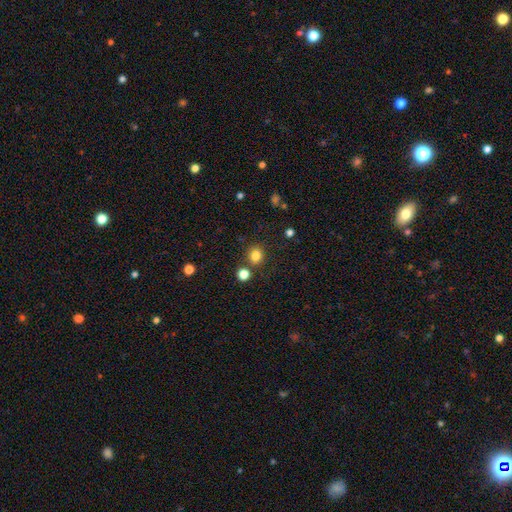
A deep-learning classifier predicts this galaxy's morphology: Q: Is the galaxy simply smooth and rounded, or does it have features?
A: smooth — 82%.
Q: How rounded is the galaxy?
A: round — 81%.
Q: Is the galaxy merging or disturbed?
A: none — 80%.